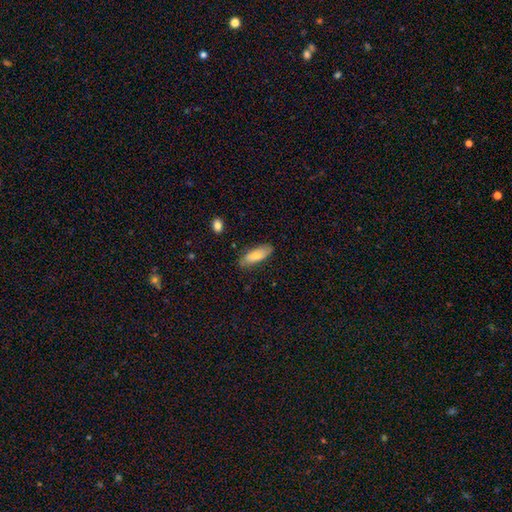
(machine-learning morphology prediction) A smooth galaxy with no disk features (76%) that is in between round and cigar-shaped (71%).

Vote fractions:
- Smooth or featured? smooth: 76% / featured or disk: 18% / star or artifact: 6%
- How rounded? in between: 71% / cigar-shaped: 27% / round: 2%
- Merging? none: 78% / minor disturbance: 17% / major disturbance: 3% / merger: 2%